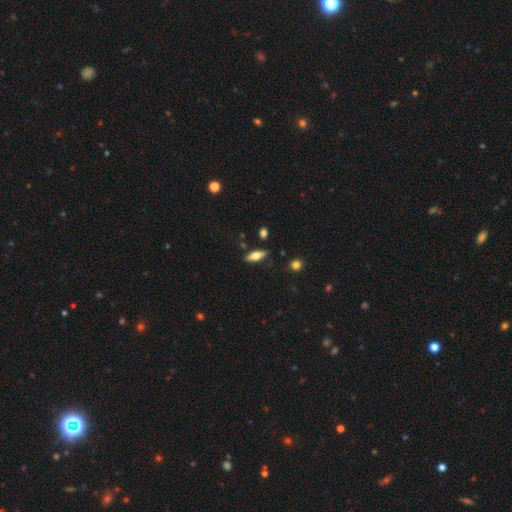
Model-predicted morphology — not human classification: A smooth galaxy with no disk features (58%) that is in between round and cigar-shaped (63%).

Vote fractions:
- Smooth or featured? smooth: 58% / featured or disk: 35% / star or artifact: 7%
- How rounded? in between: 63% / cigar-shaped: 34% / round: 3%
- Merging? none: 81% / minor disturbance: 13% / major disturbance: 3% / merger: 3%